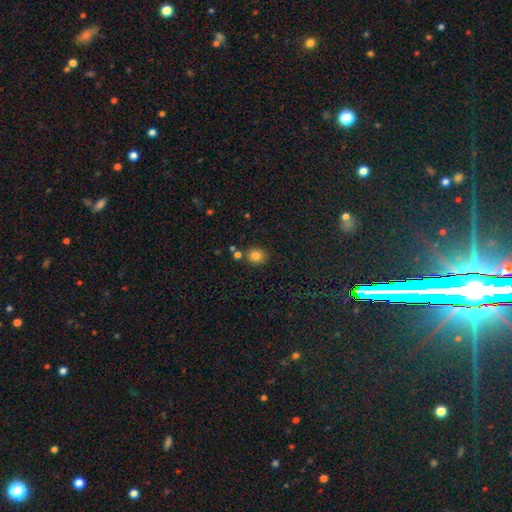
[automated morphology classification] type=smooth (82%); roundness=round (77%); merging=none (77%).